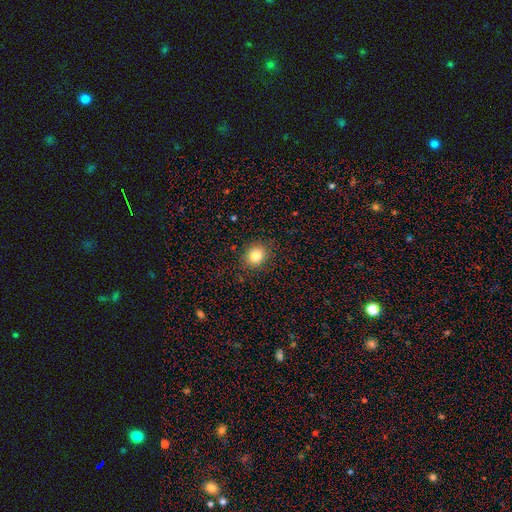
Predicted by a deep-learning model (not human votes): A smooth galaxy with no disk features (82%) that is round (72%).

Vote fractions:
- Smooth or featured? smooth: 82% / star or artifact: 11% / featured or disk: 7%
- How rounded? round: 72% / in between: 27% / cigar-shaped: 1%
- Merging? none: 88% / minor disturbance: 9% / major disturbance: 3% / merger: 1%